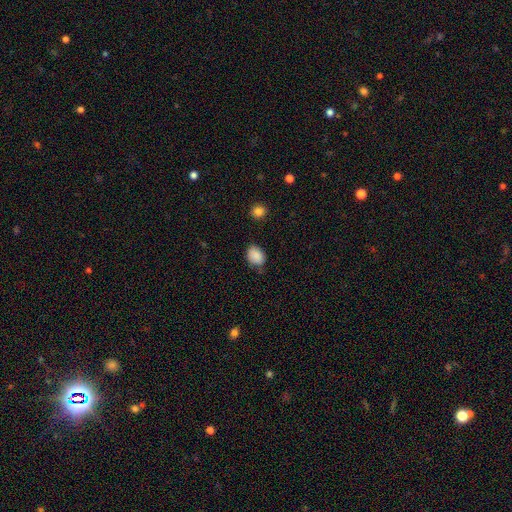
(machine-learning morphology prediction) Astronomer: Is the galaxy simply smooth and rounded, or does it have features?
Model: smooth — 88%.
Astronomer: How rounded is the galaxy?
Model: in between — 66%.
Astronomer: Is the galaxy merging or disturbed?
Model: none — 75%.